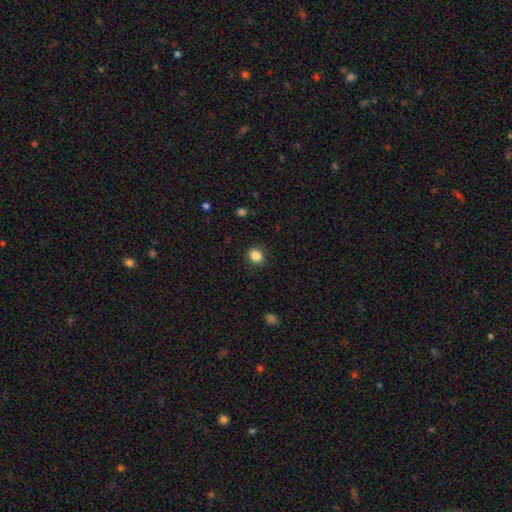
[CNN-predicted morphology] Smooth or featured? smooth (86%)
How rounded? round (65%)
Merging? none (90%)